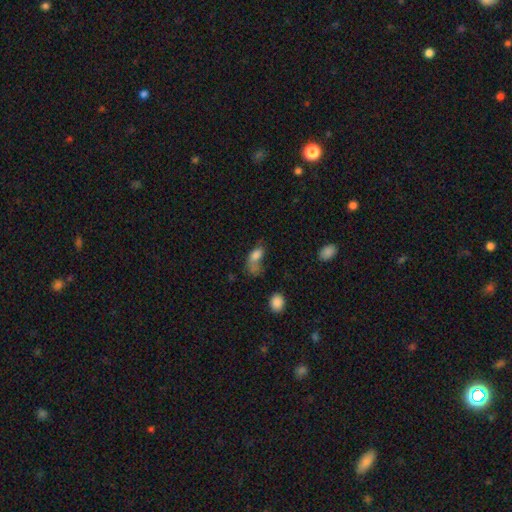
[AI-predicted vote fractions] smooth_or_featured: smooth (p=0.72) [alt: featured or disk p=0.16]
how_rounded: in between (p=0.83) [alt: round p=0.12]
merging: major disturbance (p=0.37) [alt: merger p=0.23]